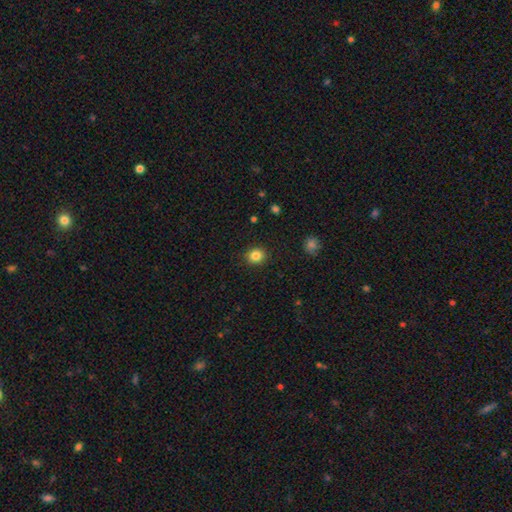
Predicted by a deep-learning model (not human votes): Overall: smooth (84%). How rounded: round (81%). Merging: none (91%).